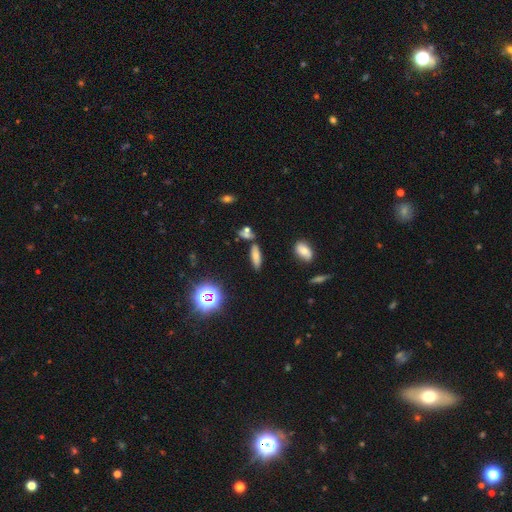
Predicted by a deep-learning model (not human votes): This is likely a smooth galaxy (66%). How rounded: possibly cigar-shaped (55%). Merging: likely none (74%).